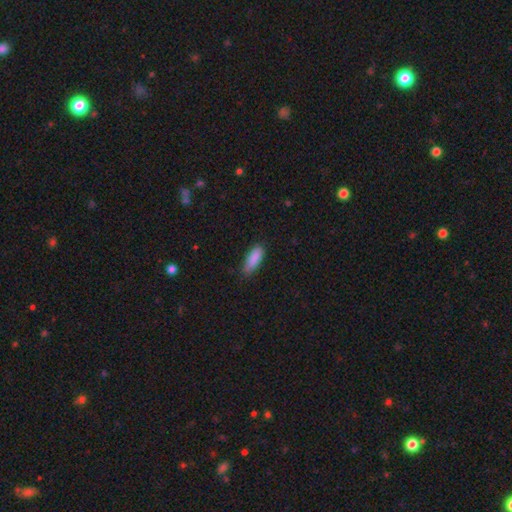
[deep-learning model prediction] Morphology: type=smooth (88%); roundness=in between (60%); merging=none (71%).